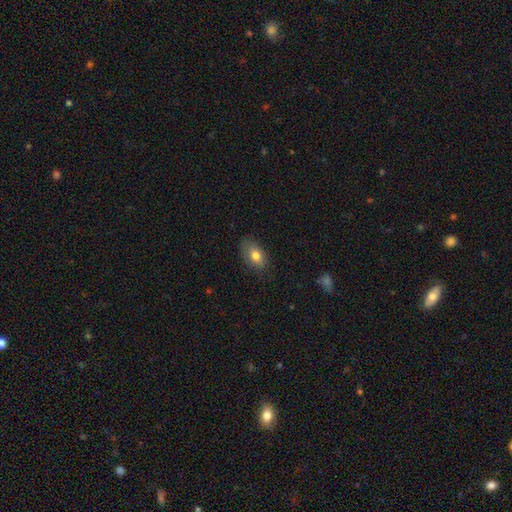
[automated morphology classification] This appears to be a smooth galaxy with no disk features (78%) that is in between round and cigar-shaped (87%). Merging: none (77%).